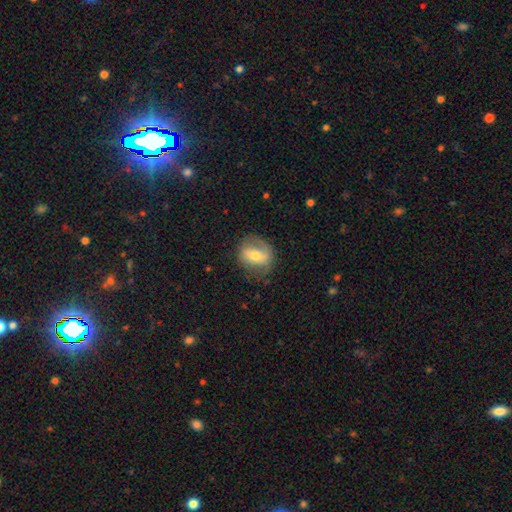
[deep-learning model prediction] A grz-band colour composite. It shows a featured or disk galaxy (47%). Merging: none (70%).